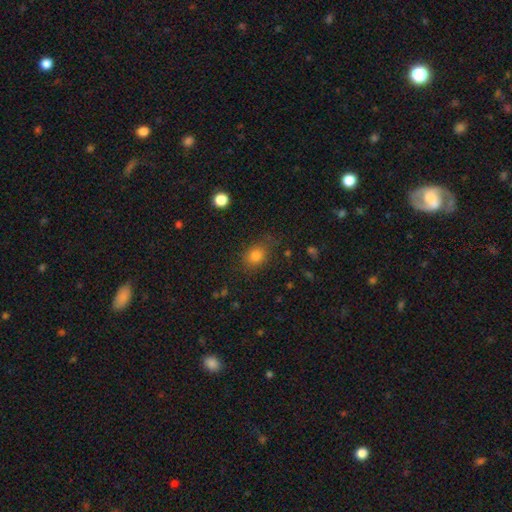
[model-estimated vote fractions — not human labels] This appears to be a smooth galaxy with no disk features (81%) that is round (54%). Merging: none (76%).